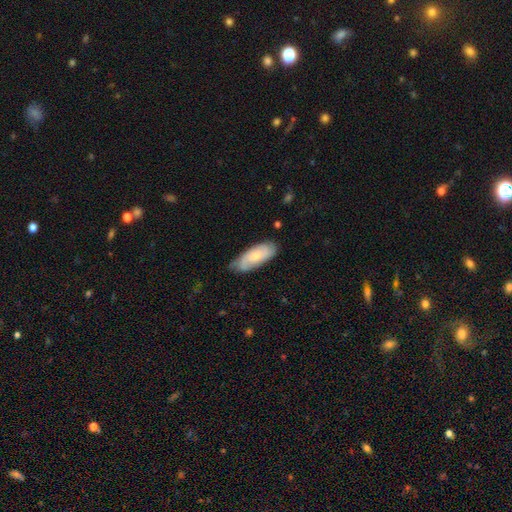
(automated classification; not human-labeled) Overall: smooth (50%; featured or disk 44%). How rounded: in between (79%). Merging: none (64%; minor disturbance 28%).